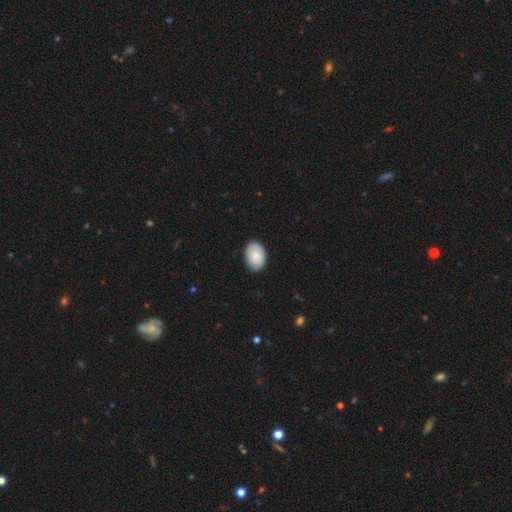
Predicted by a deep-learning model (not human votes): A smooth galaxy with no disk features (85%) that is in between round and cigar-shaped (85%). Merging: none (87%).